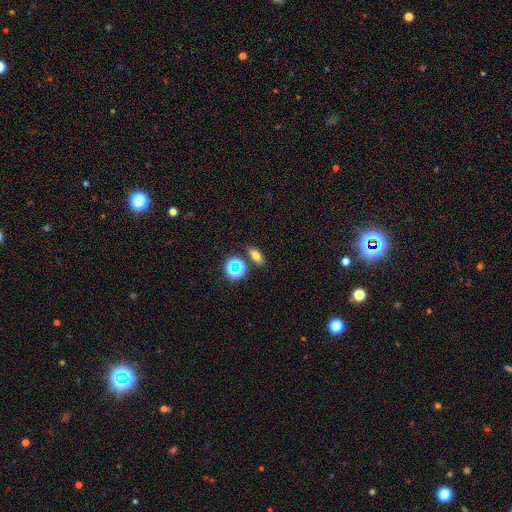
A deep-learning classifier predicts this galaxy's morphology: The model was most divided on "smooth or featured": smooth: 67%, star or artifact: 21%, featured or disk: 12%. More confident: merging — none (80%); how rounded — in between (75%).